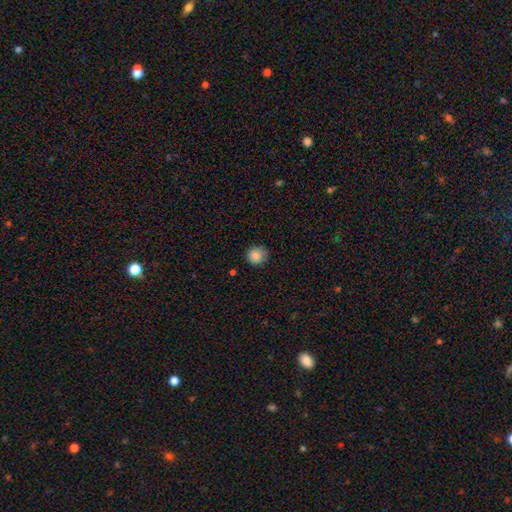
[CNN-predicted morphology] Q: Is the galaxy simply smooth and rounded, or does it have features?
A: smooth — 87%.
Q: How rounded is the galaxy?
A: round — 92%.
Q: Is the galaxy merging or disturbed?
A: none — 80%.